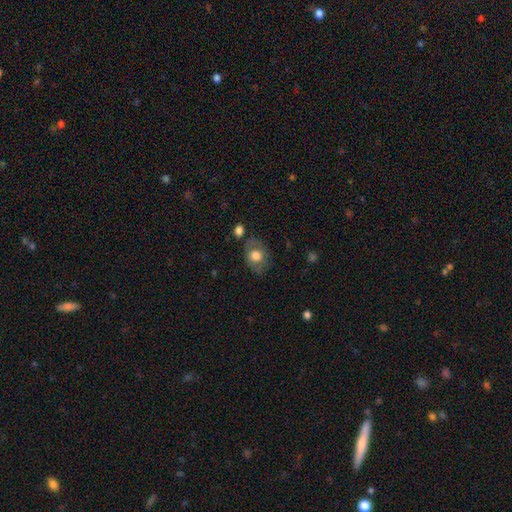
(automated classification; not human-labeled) Overall: smooth (69%). How rounded: in between (58%; round 41%). Merging: none (72%).